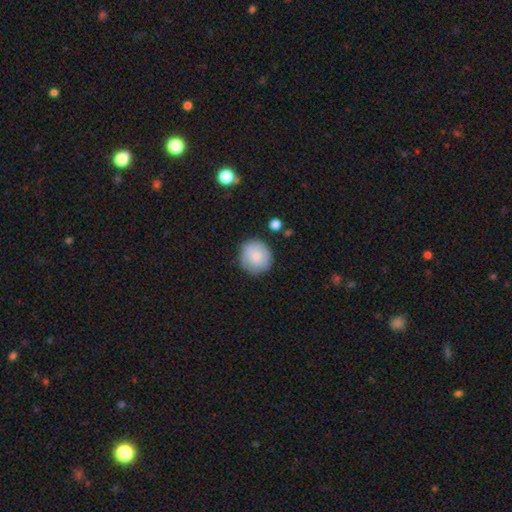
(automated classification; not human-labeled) Q: Smooth or featured?
A: smooth (75%); runner-up: featured or disk (18%)
Q: How rounded?
A: round (90%); runner-up: in between (9%)
Q: Merging?
A: none (82%); runner-up: minor disturbance (13%)